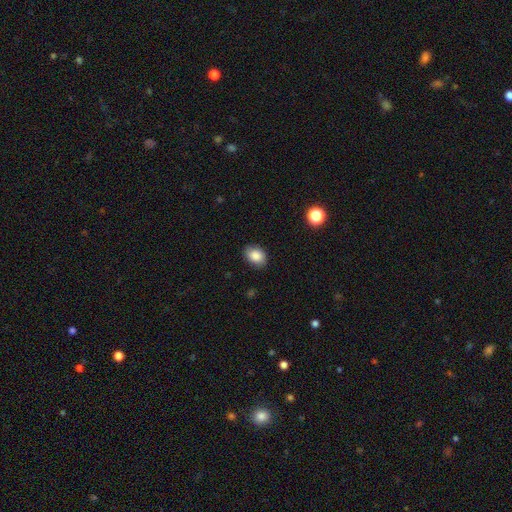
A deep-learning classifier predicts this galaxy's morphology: Smooth or featured: smooth — 87% (star or artifact — 8%)
How rounded: in between — 70% (round — 29%)
Merging: none — 84% (minor disturbance — 13%)